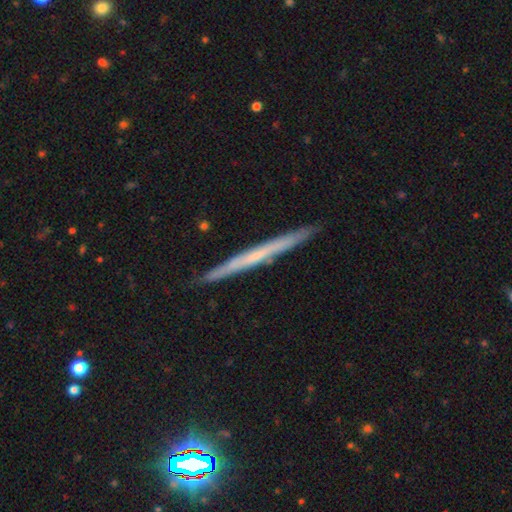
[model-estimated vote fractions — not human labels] smooth-or-featured: featured or disk: 56% | smooth: 37% | star or artifact: 6%
  disk-edge-on: yes: 97% | no: 3%
    edge-on-bulge: none: 82% | rounded: 14% | boxy: 4%
  merging: none: 91% | minor disturbance: 7% | major disturbance: 1% | merger: 1%